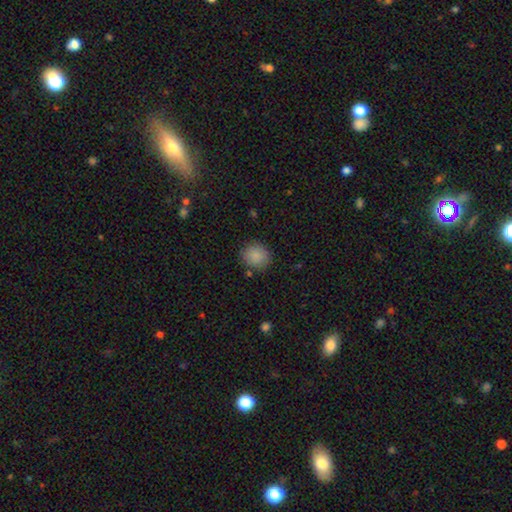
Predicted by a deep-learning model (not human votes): Morphology: type=smooth (88%); roundness=round (81%); merging=none (86%).